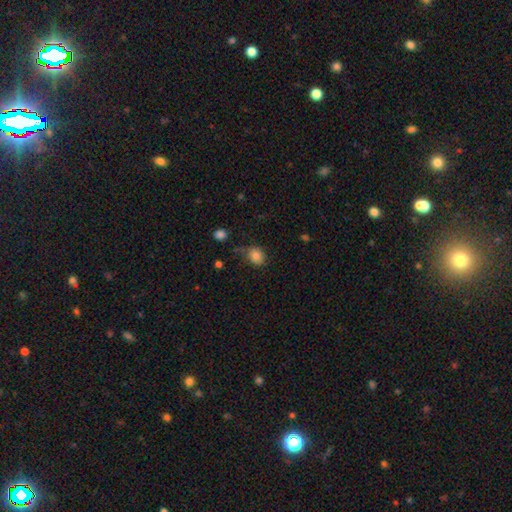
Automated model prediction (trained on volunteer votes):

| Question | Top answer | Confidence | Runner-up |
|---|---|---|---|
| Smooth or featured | smooth | 83% | star or artifact (11%) |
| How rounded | round | 63% | in between (36%) |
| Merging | none | 62% | minor disturbance (25%) |